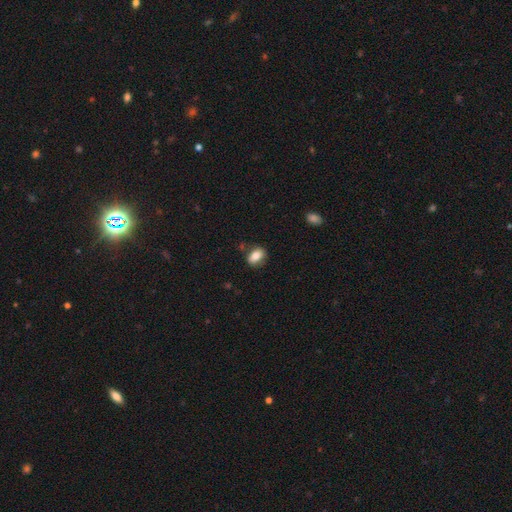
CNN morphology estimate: Overall: smooth (79%). How rounded: in between (81%). Merging: none (79%).